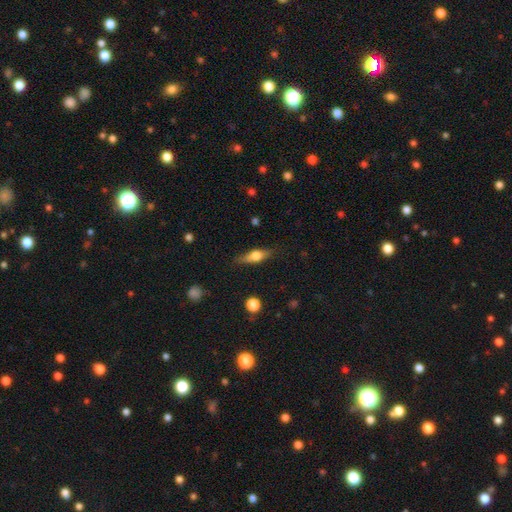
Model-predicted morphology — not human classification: A featured or disk galaxy (48%).

Vote fractions:
- Smooth or featured? featured or disk: 48% / smooth: 45% / star or artifact: 7%
- Merging? none: 80% / minor disturbance: 15% / major disturbance: 4% / merger: 2%